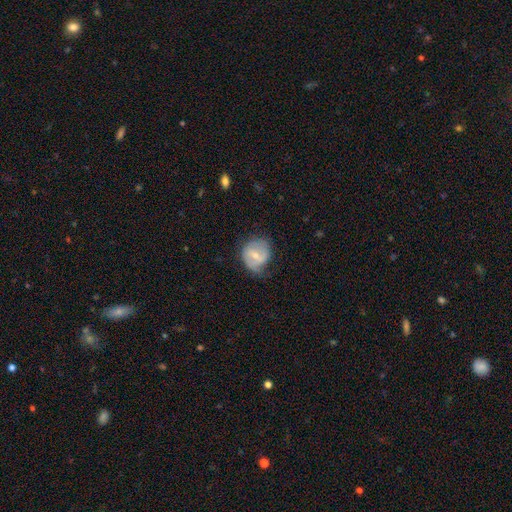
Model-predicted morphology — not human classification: The model was most divided on "bulge size": small: 51%, moderate: 44%, none: 3%, large: 2%, dominant: 1%. More confident: edge-on disk — no (97%); spiral arms — yes (70%); smooth or featured — featured or disk (53%); bar — weak (51%); merging — none (51%).